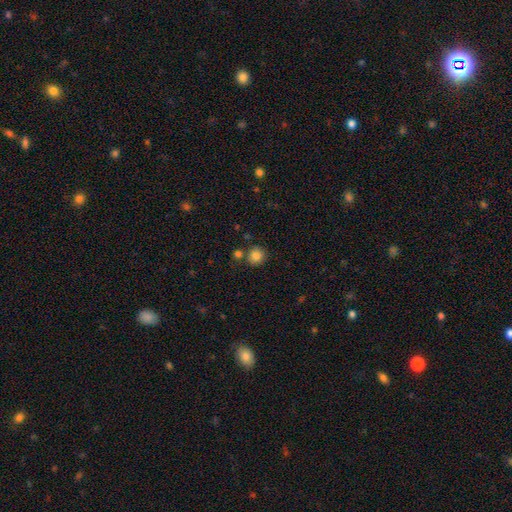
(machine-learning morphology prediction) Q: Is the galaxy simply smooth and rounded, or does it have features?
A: smooth — 84%.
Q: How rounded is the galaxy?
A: round — 89%.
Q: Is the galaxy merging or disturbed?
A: none — 76%.